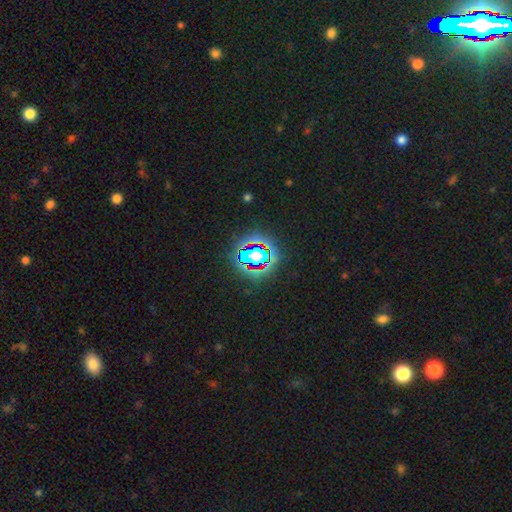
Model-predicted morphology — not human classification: A star or artifact, not a galaxy (62%).